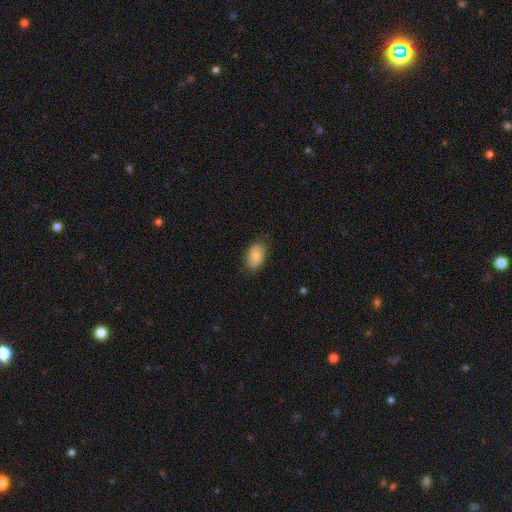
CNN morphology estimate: This is clearly a smooth galaxy (85%). How rounded: clearly in between (92%). Merging: likely none (77%).